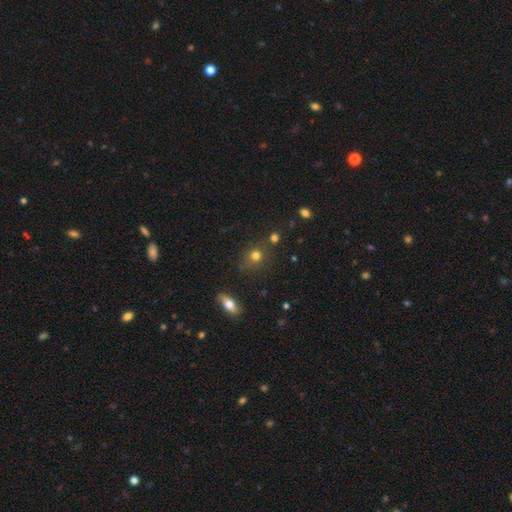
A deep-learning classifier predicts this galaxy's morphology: Smooth or featured? smooth (73%)
How rounded? round (81%)
Merging? none (75%)